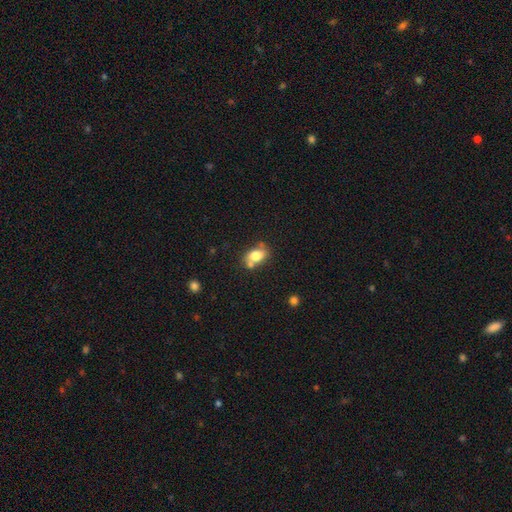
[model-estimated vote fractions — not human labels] A smooth galaxy with no disk features (75%) that is in between round and cigar-shaped (77%).

Vote fractions:
- Smooth or featured? smooth: 75% / featured or disk: 16% / star or artifact: 9%
- How rounded? in between: 77% / round: 21% / cigar-shaped: 2%
- Merging? none: 55% / merger: 23% / minor disturbance: 17% / major disturbance: 5%